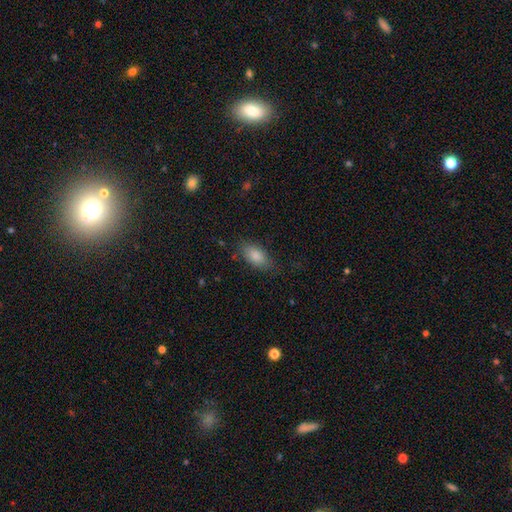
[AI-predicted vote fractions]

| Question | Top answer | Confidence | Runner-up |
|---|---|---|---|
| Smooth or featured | smooth | 86% | featured or disk (7%) |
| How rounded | in between | 91% | cigar-shaped (5%) |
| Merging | none | 76% | minor disturbance (17%) |